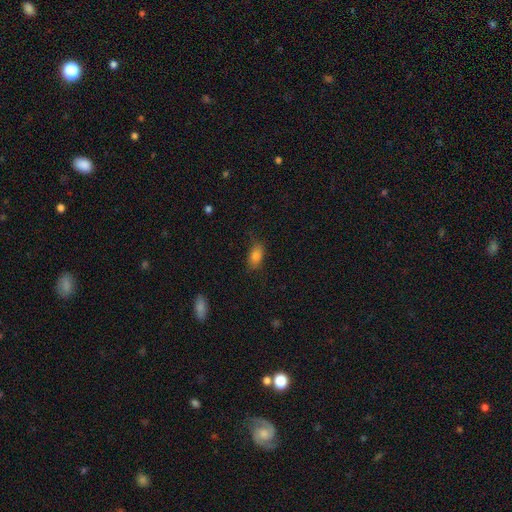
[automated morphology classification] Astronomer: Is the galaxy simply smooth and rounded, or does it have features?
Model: smooth — 83%.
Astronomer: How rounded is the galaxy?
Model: in between — 88%.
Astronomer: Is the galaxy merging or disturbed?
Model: none — 76%.